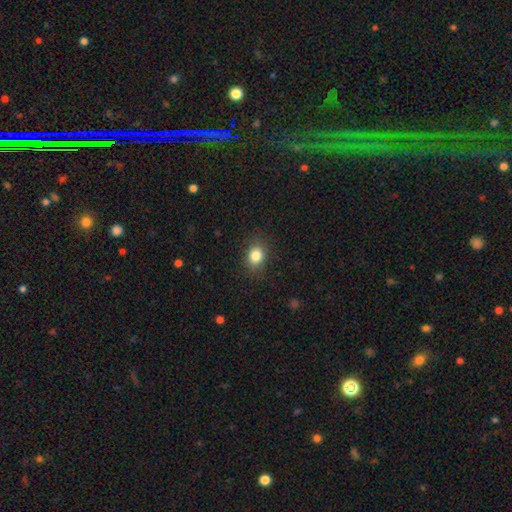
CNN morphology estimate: type=smooth (83%); roundness=round (50%); merging=none (84%).